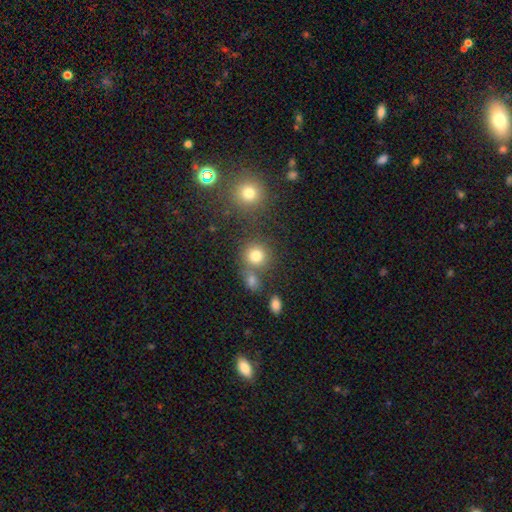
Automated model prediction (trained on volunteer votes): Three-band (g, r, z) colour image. It shows a smooth galaxy with no disk features (79%) that is round (88%). Merging: none (68%).